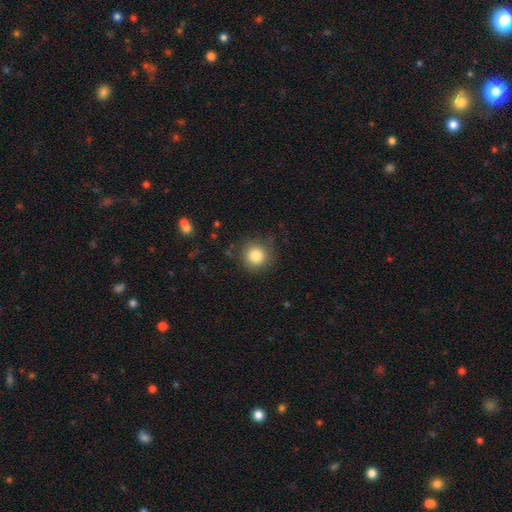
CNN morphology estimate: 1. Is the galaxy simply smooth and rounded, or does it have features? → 83% smooth, 10% star or artifact, 7% featured or disk.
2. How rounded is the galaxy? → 93% round, 6% in between, 1% cigar-shaped.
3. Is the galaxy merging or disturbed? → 82% none, 12% minor disturbance, 4% major disturbance, 2% merger.